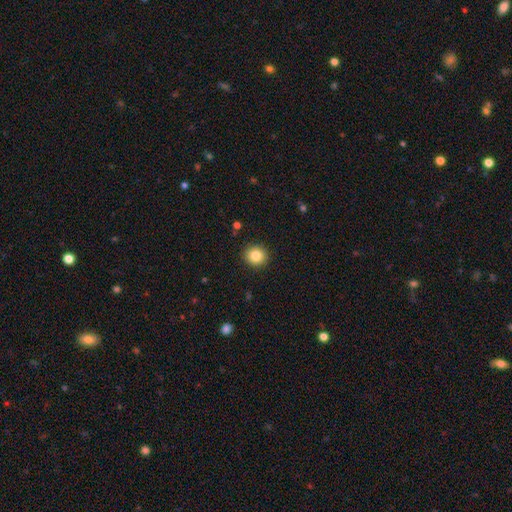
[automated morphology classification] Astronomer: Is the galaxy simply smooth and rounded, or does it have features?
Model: smooth — 84%.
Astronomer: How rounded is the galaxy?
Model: round — 85%.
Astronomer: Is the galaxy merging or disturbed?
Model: none — 91%.